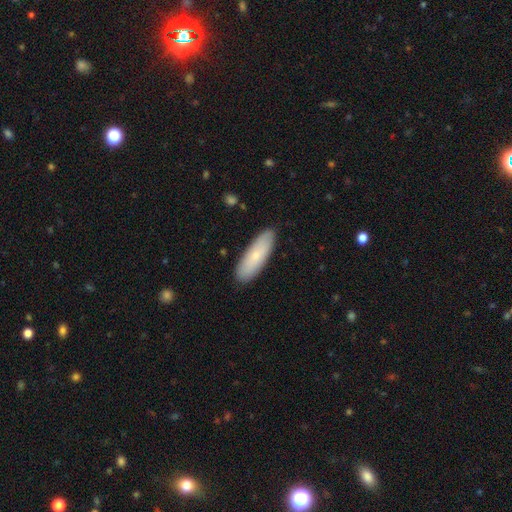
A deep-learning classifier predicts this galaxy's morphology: Q: Smooth or featured?
A: smooth (70%); runner-up: featured or disk (24%)
Q: How rounded?
A: in between (52%); runner-up: cigar-shaped (46%)
Q: Merging?
A: none (87%); runner-up: minor disturbance (10%)